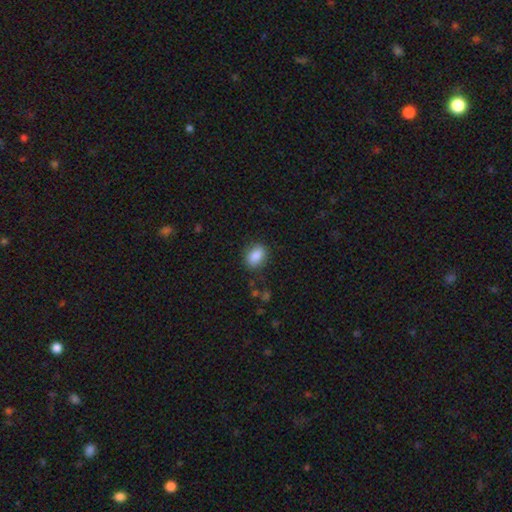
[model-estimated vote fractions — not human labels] This is clearly a smooth galaxy (88%). How rounded: likely in between (77%). Merging: clearly none (82%).